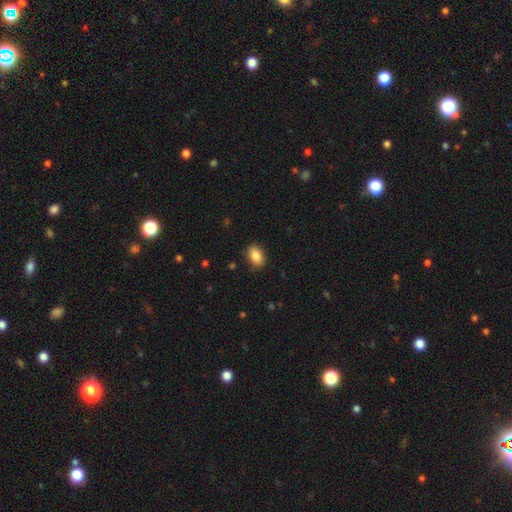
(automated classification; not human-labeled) Q: Smooth or featured?
A: smooth (86%); runner-up: star or artifact (8%)
Q: How rounded?
A: in between (83%); runner-up: round (16%)
Q: Merging?
A: none (87%); runner-up: minor disturbance (10%)